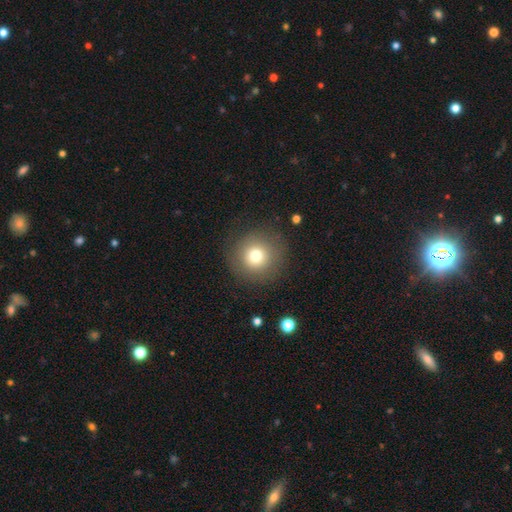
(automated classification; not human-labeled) smooth-or-featured: smooth: 75% | featured or disk: 13% | star or artifact: 13%
  how-rounded: round: 95% | in between: 4% | cigar-shaped: 1%
  merging: none: 86% | minor disturbance: 8% | major disturbance: 5% | merger: 1%